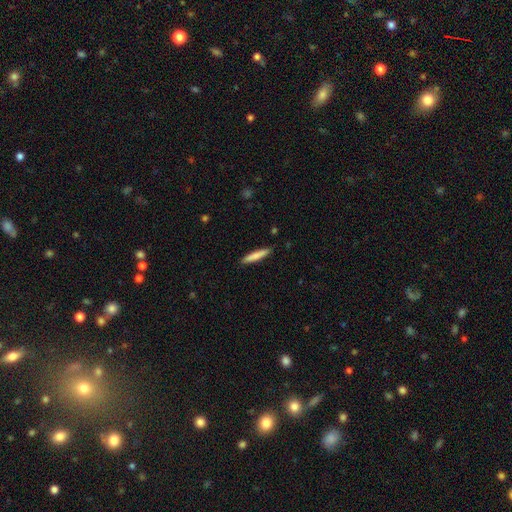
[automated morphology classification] Q: Smooth or featured?
A: smooth (76%); runner-up: featured or disk (18%)
Q: How rounded?
A: cigar-shaped (93%); runner-up: in between (6%)
Q: Merging?
A: none (89%); runner-up: minor disturbance (8%)